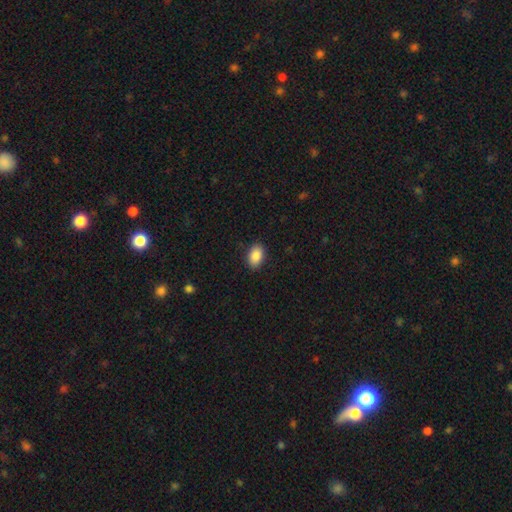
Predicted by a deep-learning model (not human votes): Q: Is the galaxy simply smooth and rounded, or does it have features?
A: smooth — 89%.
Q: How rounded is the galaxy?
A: in between — 90%.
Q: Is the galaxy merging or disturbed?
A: none — 89%.